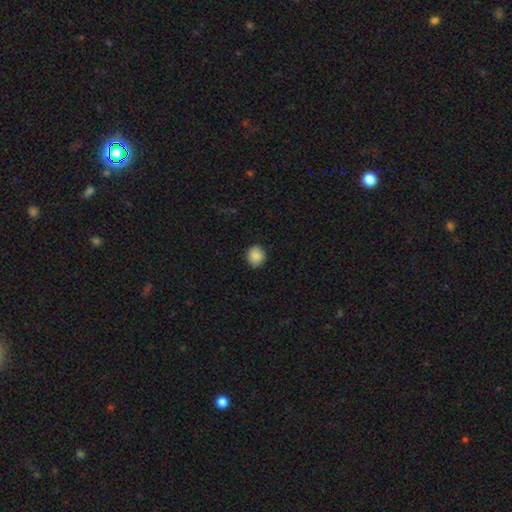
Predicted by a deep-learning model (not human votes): A smooth galaxy with no disk features (88%) that is round (85%).

Vote fractions:
- Smooth or featured? smooth: 88% / star or artifact: 8% / featured or disk: 4%
- How rounded? round: 85% / in between: 14% / cigar-shaped: 1%
- Merging? none: 89% / minor disturbance: 8% / major disturbance: 2% / merger: 1%